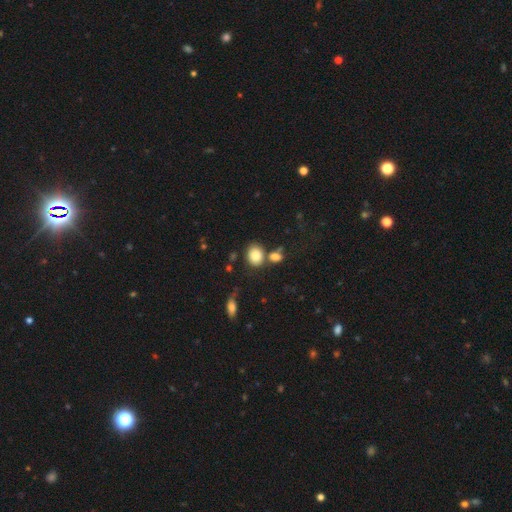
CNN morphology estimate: smooth-or-featured: smooth: 84% | star or artifact: 9% | featured or disk: 7%
  how-rounded: round: 53% | in between: 46% | cigar-shaped: 1%
  merging: none: 60% | merger: 23% | minor disturbance: 12% | major disturbance: 5%